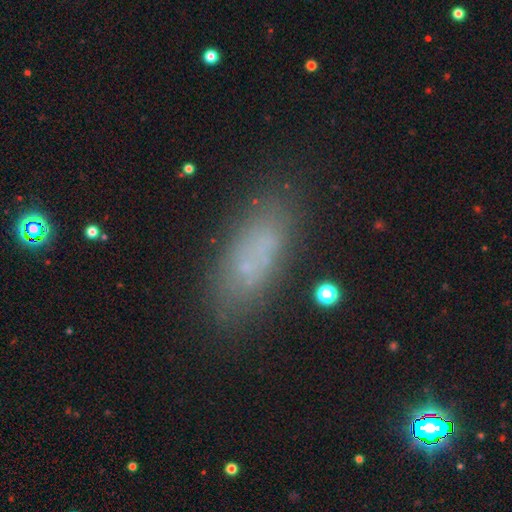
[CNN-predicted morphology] Smooth or featured: smooth — 63% (featured or disk — 20%)
How rounded: in between — 66% (cigar-shaped — 30%)
Merging: none — 77% (minor disturbance — 15%)